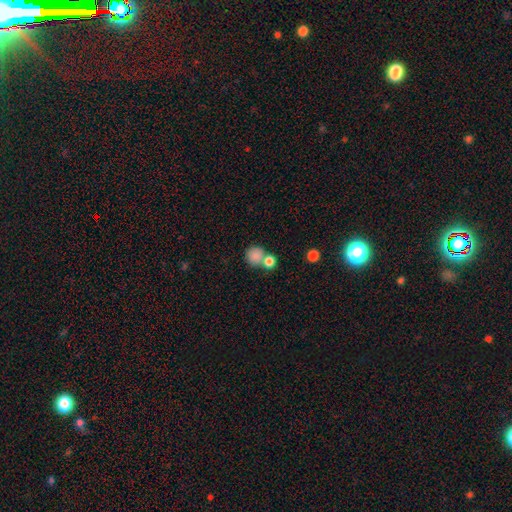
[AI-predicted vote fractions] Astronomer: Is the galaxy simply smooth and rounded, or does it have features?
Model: smooth — 84%.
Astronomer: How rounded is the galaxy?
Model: round — 88%.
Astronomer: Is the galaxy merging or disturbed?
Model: none — 50% (runner-up: merger, 37%).